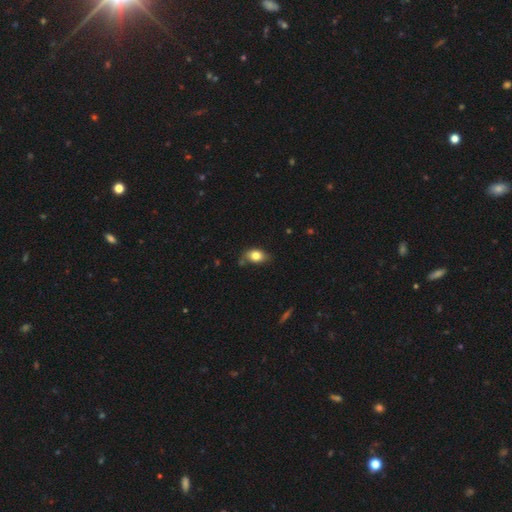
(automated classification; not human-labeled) Smooth or featured?
  - smooth: 80% *
  - featured or disk: 11%
  - star or artifact: 9%
How rounded?
  - in between: 81% *
  - round: 16%
  - cigar-shaped: 2%
Merging?
  - none: 68% *
  - minor disturbance: 22%
  - merger: 5%
  - major disturbance: 4%